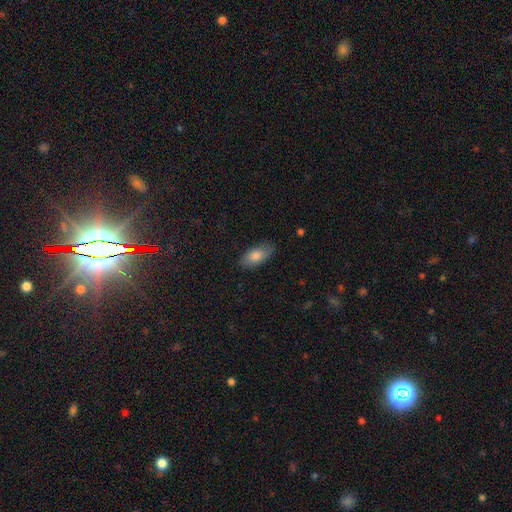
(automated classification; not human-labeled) A smooth galaxy with no disk features (80%) that is in between round and cigar-shaped (89%). Merging: none (82%).